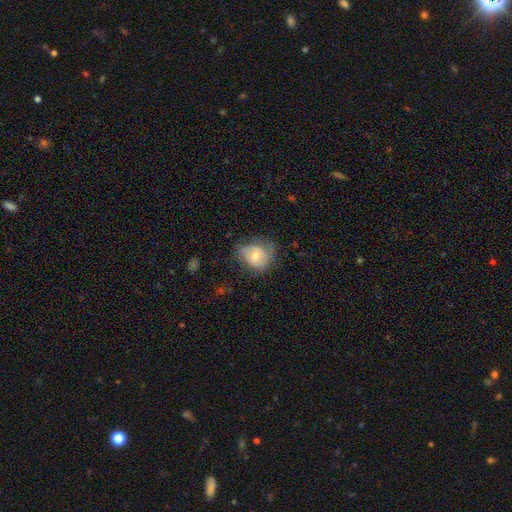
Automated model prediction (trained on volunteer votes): A smooth galaxy with no disk features (60%) that is round (56%).

Vote fractions:
- Smooth or featured? smooth: 60% / featured or disk: 32% / star or artifact: 8%
- How rounded? round: 56% / in between: 43% / cigar-shaped: 1%
- Merging? none: 51% / minor disturbance: 33% / major disturbance: 15% / merger: 2%